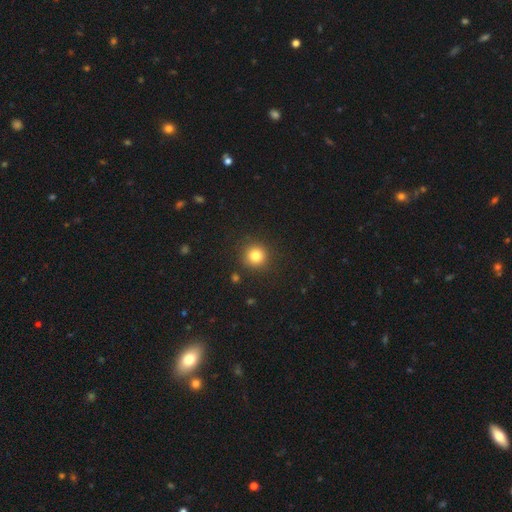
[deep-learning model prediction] A smooth galaxy with no disk features (82%) that is round (94%).

Vote fractions:
- Smooth or featured? smooth: 82% / star or artifact: 12% / featured or disk: 6%
- How rounded? round: 94% / in between: 5% / cigar-shaped: 1%
- Merging? none: 90% / minor disturbance: 6% / major disturbance: 2% / merger: 2%